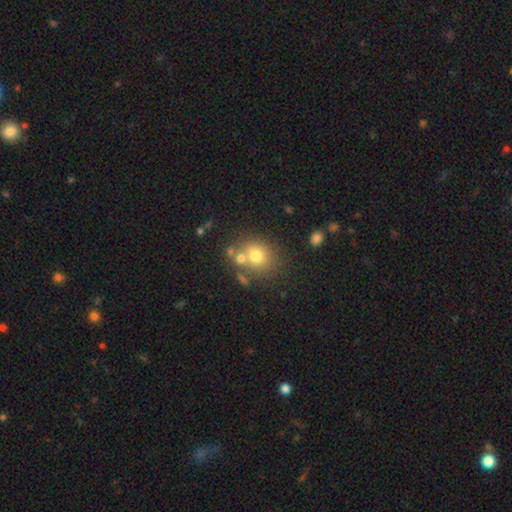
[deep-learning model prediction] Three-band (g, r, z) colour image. It shows a smooth galaxy with no disk features (70%) that is round (76%). Merging: none (60%).